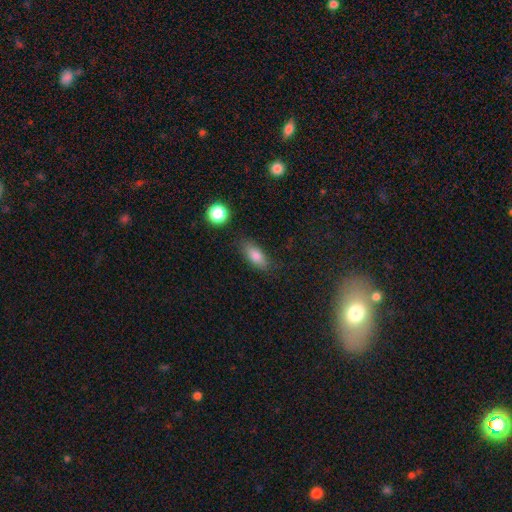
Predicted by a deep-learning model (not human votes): Smooth or featured: smooth — 80% (featured or disk — 11%)
How rounded: in between — 78% (cigar-shaped — 17%)
Merging: none — 78% (minor disturbance — 15%)